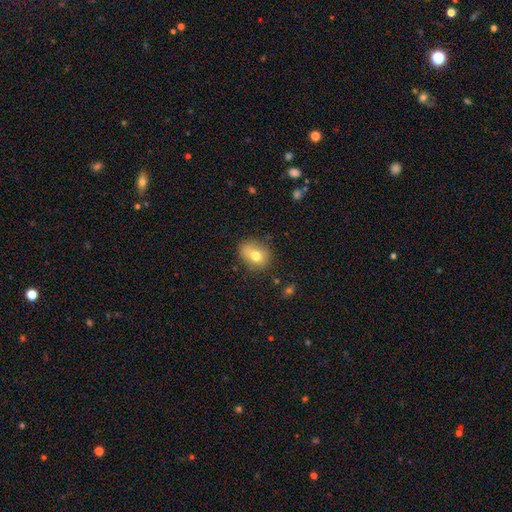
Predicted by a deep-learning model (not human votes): This appears to be a smooth galaxy with no disk features (72%) that is in between round and cigar-shaped (52%). Merging: none (73%).